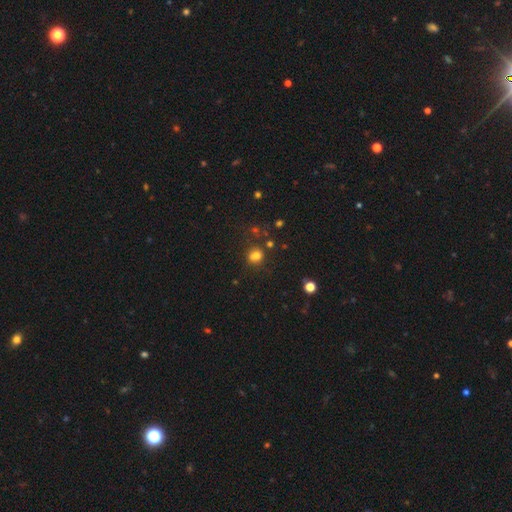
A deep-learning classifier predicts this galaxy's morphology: Smooth or featured? smooth (70%)
How rounded? round (62%)
Merging? none (56%)